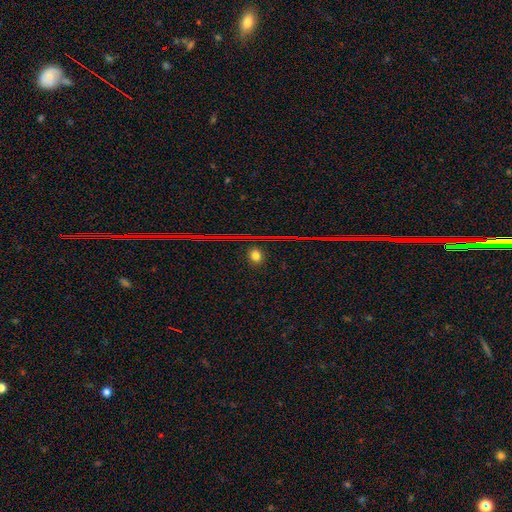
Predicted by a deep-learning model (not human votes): A smooth galaxy with no disk features (71%) that is round (67%). Merging: none (87%).